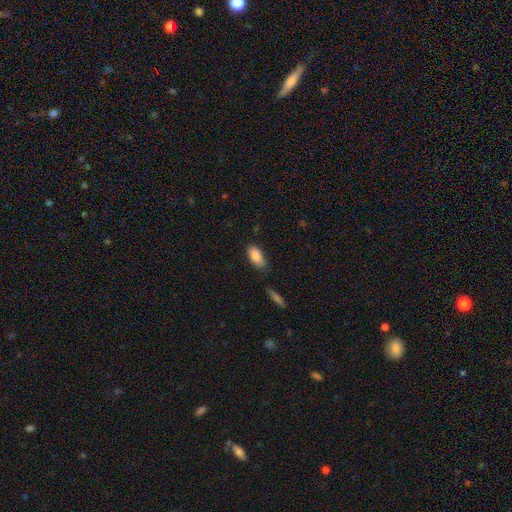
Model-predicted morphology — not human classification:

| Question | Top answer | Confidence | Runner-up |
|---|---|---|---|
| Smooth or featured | smooth | 88% | star or artifact (7%) |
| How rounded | in between | 89% | cigar-shaped (9%) |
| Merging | none | 72% | minor disturbance (21%) |